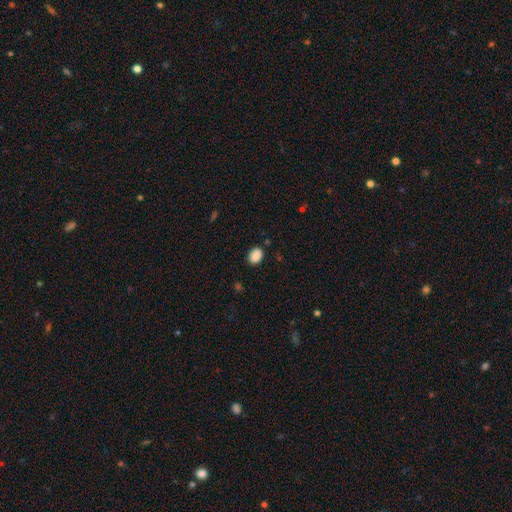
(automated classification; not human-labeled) A smooth galaxy with no disk features (88%) that is in between round and cigar-shaped (69%). Merging: none (84%).